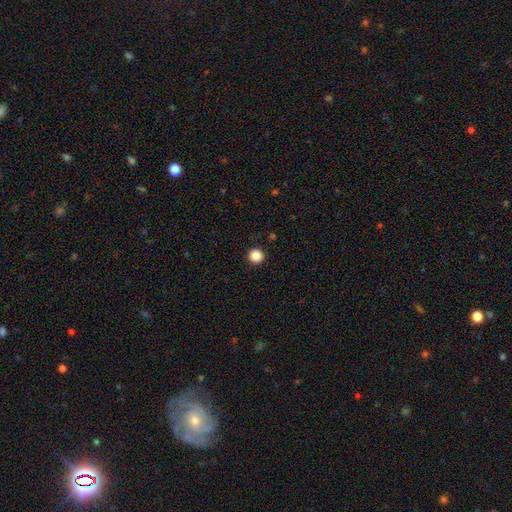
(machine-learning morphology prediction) smooth_or_featured: smooth (p=0.87) [alt: star or artifact p=0.10]
how_rounded: round (p=0.96) [alt: in between p=0.03]
merging: none (p=0.93) [alt: minor disturbance p=0.04]